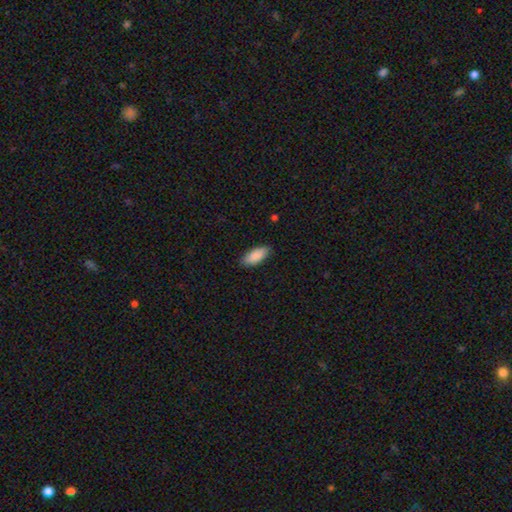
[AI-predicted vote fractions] smooth 89%, star or artifact 6%, featured or disk 5%. Down the decision tree: how rounded — in between (87%); merging — none (84%).